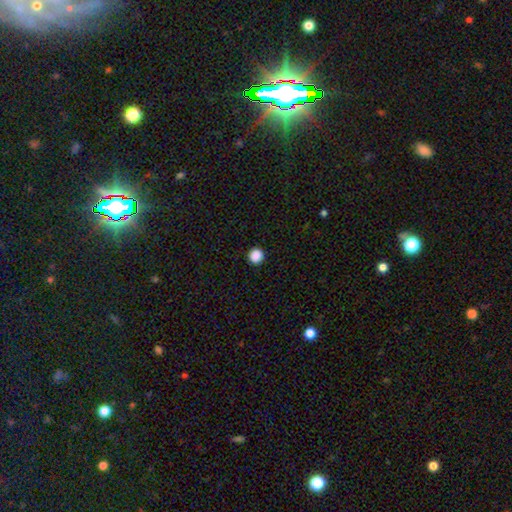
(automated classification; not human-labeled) A smooth galaxy with no disk features (88%) that is round (95%). Merging: none (93%).